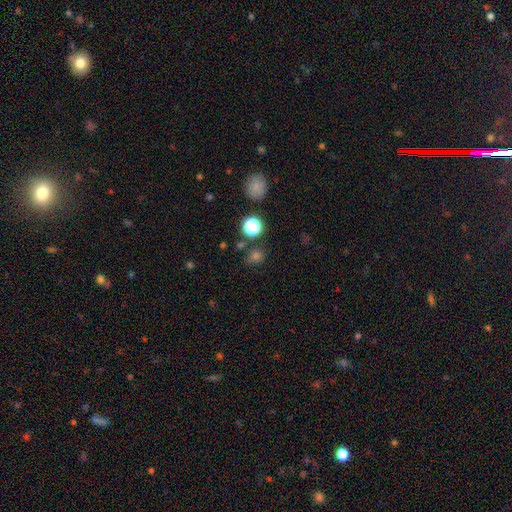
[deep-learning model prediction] Smooth or featured: smooth — 60% (star or artifact — 33%)
How rounded: round — 81% (in between — 18%)
Merging: none — 81% (minor disturbance — 9%)